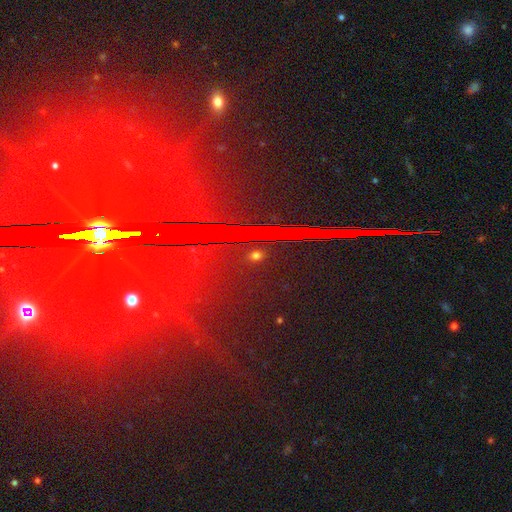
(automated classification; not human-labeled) smooth_or_featured: star or artifact (p=0.85) [alt: smooth p=0.08]